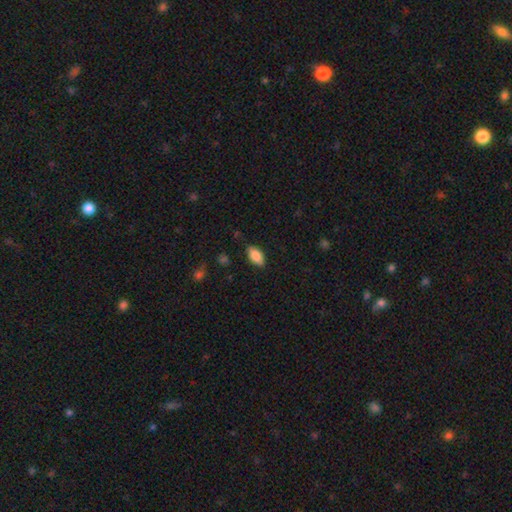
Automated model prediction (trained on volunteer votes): Q: Smooth or featured?
A: smooth (84%); runner-up: featured or disk (9%)
Q: How rounded?
A: in between (90%); runner-up: cigar-shaped (7%)
Q: Merging?
A: none (84%); runner-up: minor disturbance (12%)